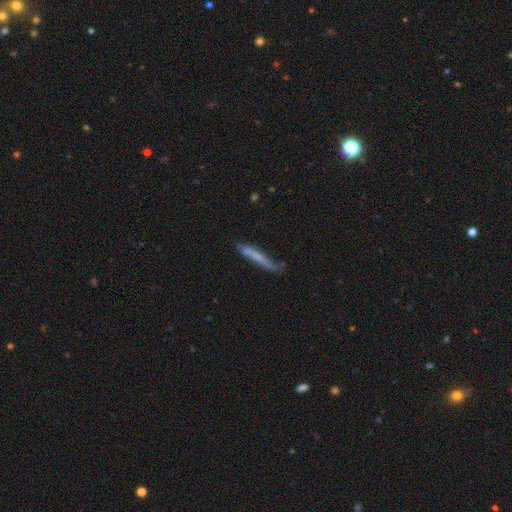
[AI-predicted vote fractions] smooth-or-featured: smooth: 55% | featured or disk: 38% | star or artifact: 7%
  how-rounded: cigar-shaped: 94% | in between: 5% | round: 1%
  merging: none: 57% | minor disturbance: 29% | major disturbance: 10% | merger: 4%